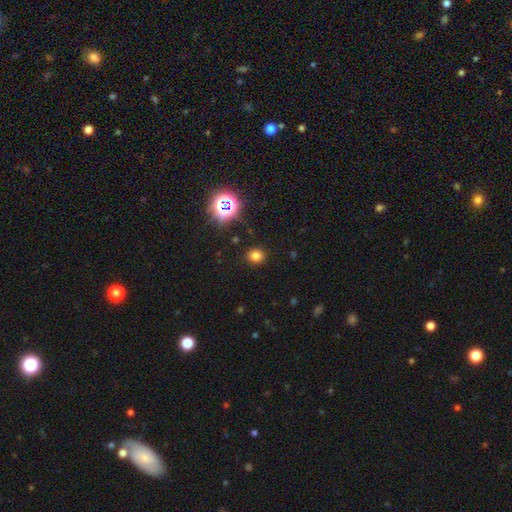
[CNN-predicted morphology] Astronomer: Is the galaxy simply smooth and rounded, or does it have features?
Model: smooth — 74%.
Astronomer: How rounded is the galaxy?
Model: round — 77%.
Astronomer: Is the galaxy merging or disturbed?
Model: none — 88%.